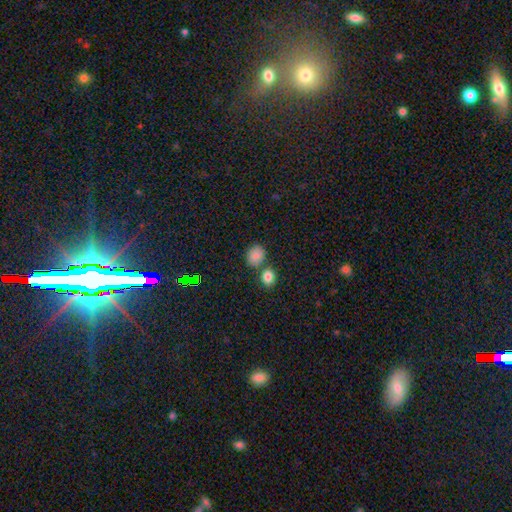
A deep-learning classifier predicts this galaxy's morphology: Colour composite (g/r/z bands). It shows a smooth galaxy with no disk features (81%) that is round (62%). Merging: none (68%).